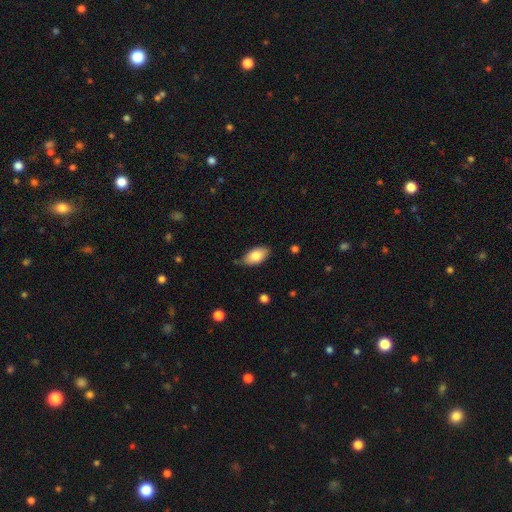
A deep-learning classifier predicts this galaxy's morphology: smooth 81%, featured or disk 12%, star or artifact 7%. Down the decision tree: how rounded — in between (93%); merging — none (77%).